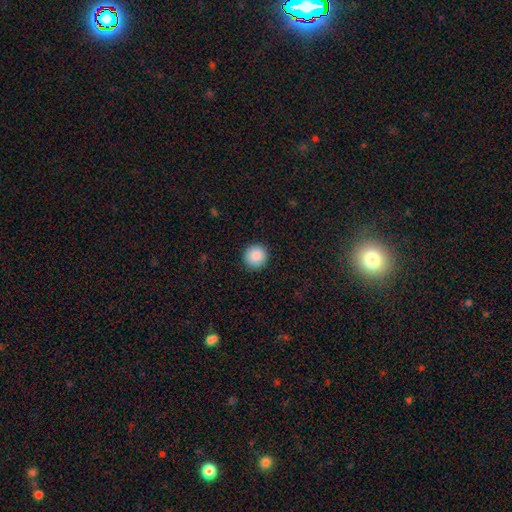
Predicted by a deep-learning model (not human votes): Overall: smooth (89%). How rounded: round (95%). Merging: none (92%).